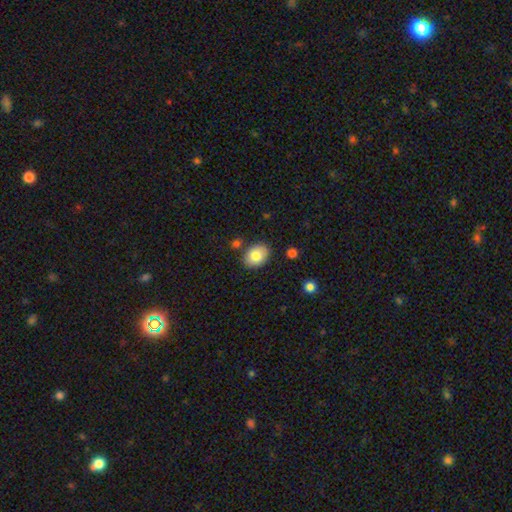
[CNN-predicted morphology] This appears to be a smooth galaxy with no disk features (81%) that is in between round and cigar-shaped (77%). Merging: none (81%).